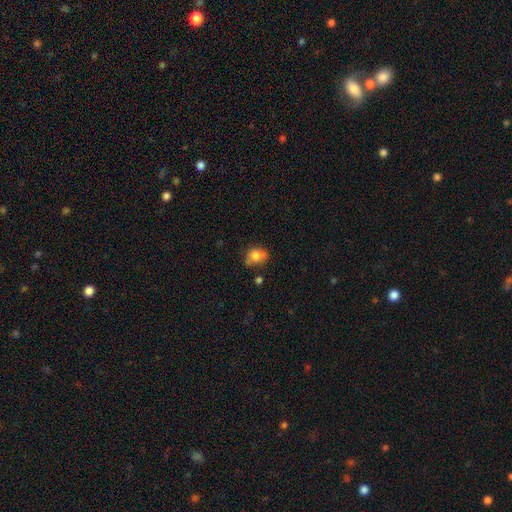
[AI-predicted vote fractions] This is likely a smooth galaxy (75%). How rounded: possibly round (53%). Merging: possibly none (56%).